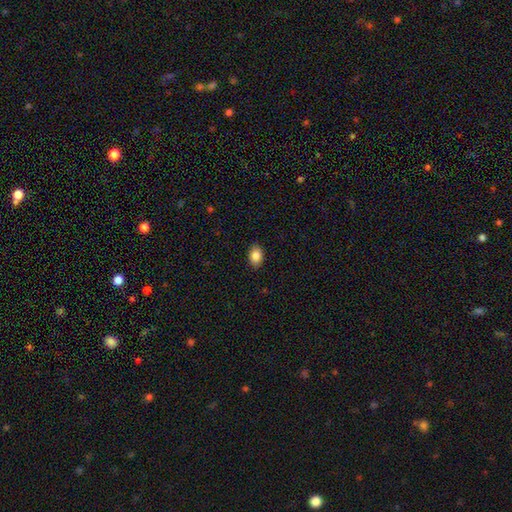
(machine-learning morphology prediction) Smooth or featured? Predicted: smooth (p=0.85). How rounded? Predicted: in between (p=0.79). Merging? Predicted: none (p=0.88).